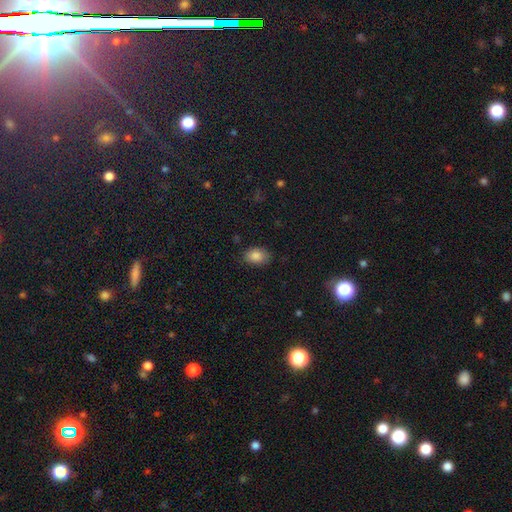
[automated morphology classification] A smooth galaxy with no disk features (86%) that is in between round and cigar-shaped (83%).

Vote fractions:
- Smooth or featured? smooth: 86% / star or artifact: 9% / featured or disk: 6%
- How rounded? in between: 83% / round: 16% / cigar-shaped: 1%
- Merging? none: 81% / minor disturbance: 15% / major disturbance: 3% / merger: 1%